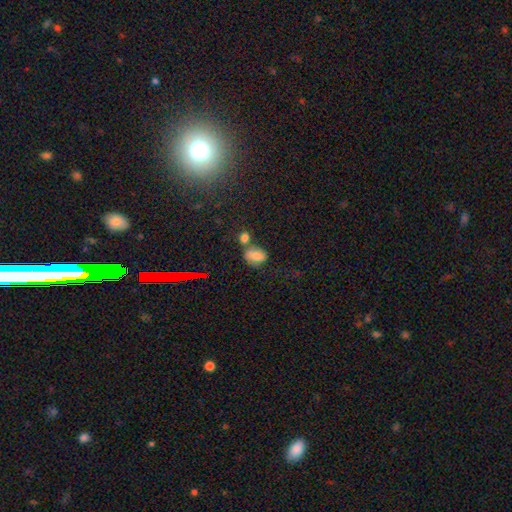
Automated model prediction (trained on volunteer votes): smooth_or_featured: smooth (p=0.74) [alt: star or artifact p=0.14]
how_rounded: in between (p=0.72) [alt: round p=0.26]
merging: none (p=0.43) [alt: merger p=0.33]